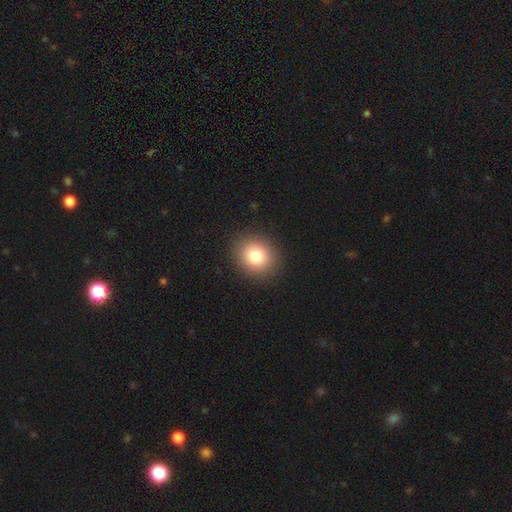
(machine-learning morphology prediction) type=smooth (81%); roundness=round (76%); merging=none (91%).